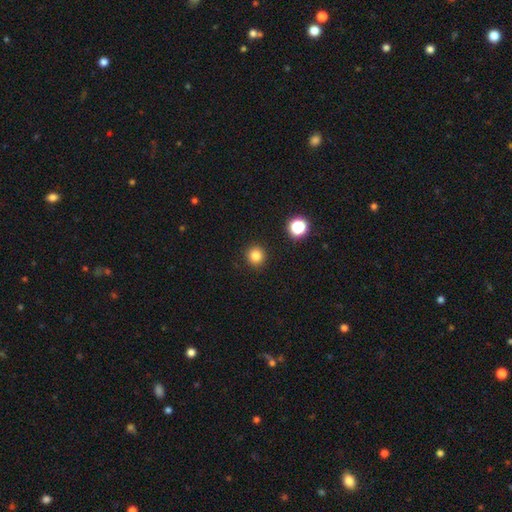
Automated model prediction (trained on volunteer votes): Smooth or featured? smooth (82%)
How rounded? round (93%)
Merging? none (92%)